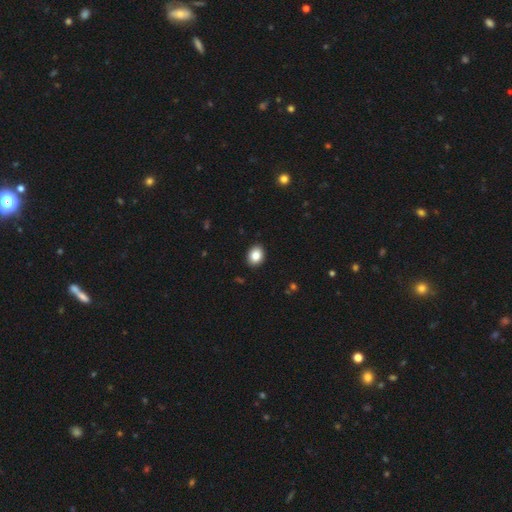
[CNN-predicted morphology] smooth 86%, star or artifact 8%, featured or disk 6%. Down the decision tree: how rounded — in between (61%); merging — none (91%).